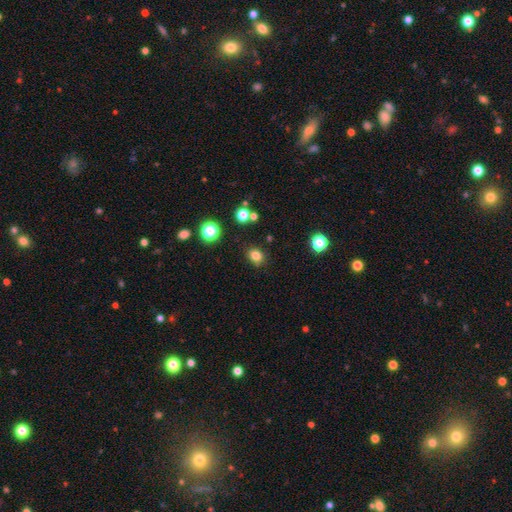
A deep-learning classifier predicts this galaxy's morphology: Smooth or featured: smooth — 81% (star or artifact — 14%)
How rounded: round — 60% (in between — 39%)
Merging: none — 84% (minor disturbance — 11%)